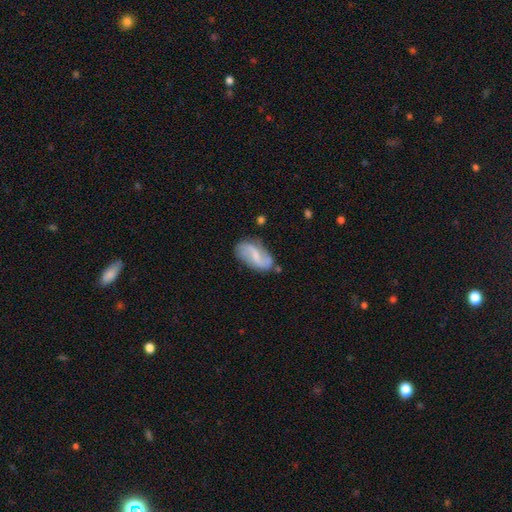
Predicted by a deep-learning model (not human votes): Smooth or featured? Predicted: featured or disk (p=0.71). Edge-on disk? Predicted: no (p=0.96). Bar? Predicted: weak (p=0.49). Spiral arms? Predicted: yes (p=0.90). Spiral winding? Predicted: loose (p=0.67). Spiral arm count? Predicted: 2 (p=0.90). Bulge size? Predicted: small (p=0.54). Merging? Predicted: none (p=0.73).